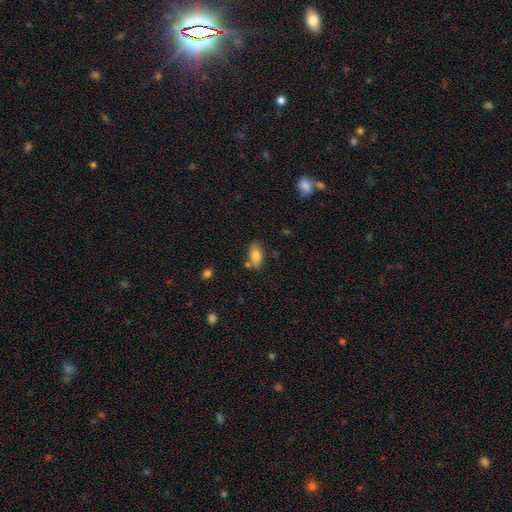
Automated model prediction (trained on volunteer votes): Smooth or featured?
  - smooth: 79% *
  - featured or disk: 13%
  - star or artifact: 8%
How rounded?
  - in between: 89% *
  - cigar-shaped: 6%
  - round: 6%
Merging?
  - none: 65% *
  - minor disturbance: 17%
  - merger: 13%
  - major disturbance: 4%